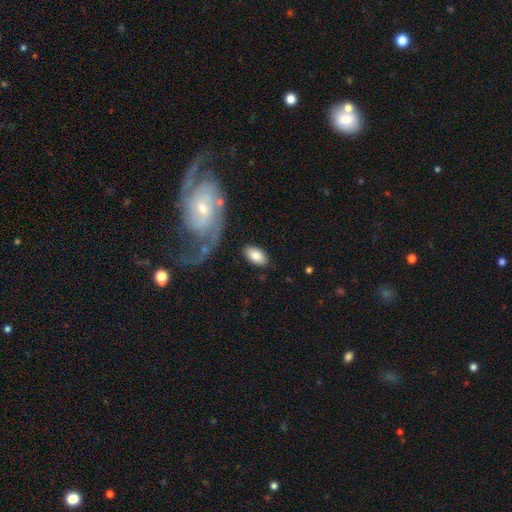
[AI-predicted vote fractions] Q: Smooth or featured?
A: smooth (82%); runner-up: featured or disk (12%)
Q: How rounded?
A: in between (94%); runner-up: round (4%)
Q: Merging?
A: none (82%); runner-up: minor disturbance (11%)